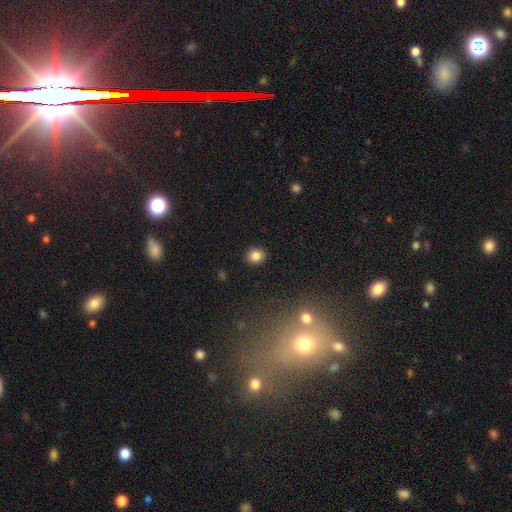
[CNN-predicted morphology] A smooth galaxy with no disk features (84%) that is round (67%). Merging: none (90%).